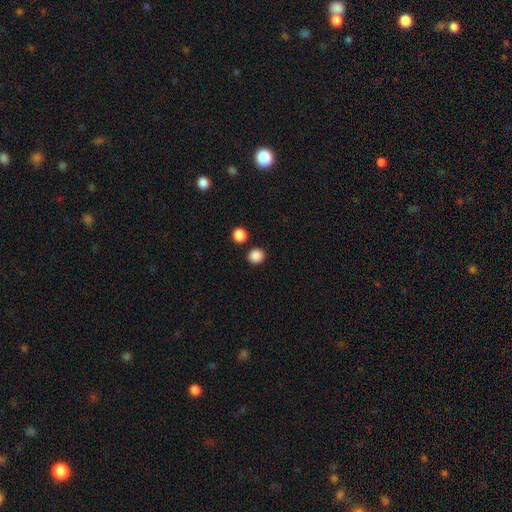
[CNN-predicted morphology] Smooth or featured? smooth (87%)
How rounded? round (87%)
Merging? none (87%)